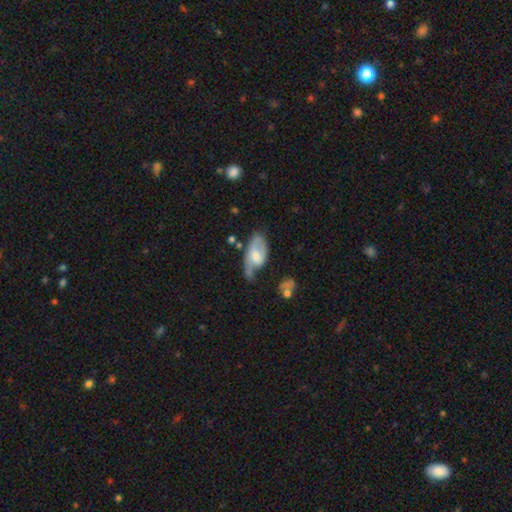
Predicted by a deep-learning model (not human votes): Smooth or featured? featured or disk (55%)
Edge-on disk? no (90%)
Merging? minor disturbance (34%)